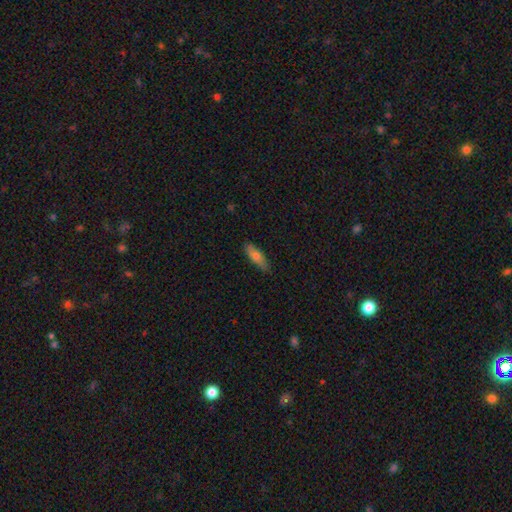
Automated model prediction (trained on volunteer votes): smooth-or-featured: smooth: 77% | featured or disk: 17% | star or artifact: 6%
  how-rounded: in between: 50% | cigar-shaped: 48% | round: 2%
  merging: none: 83% | minor disturbance: 13% | major disturbance: 2% | merger: 1%